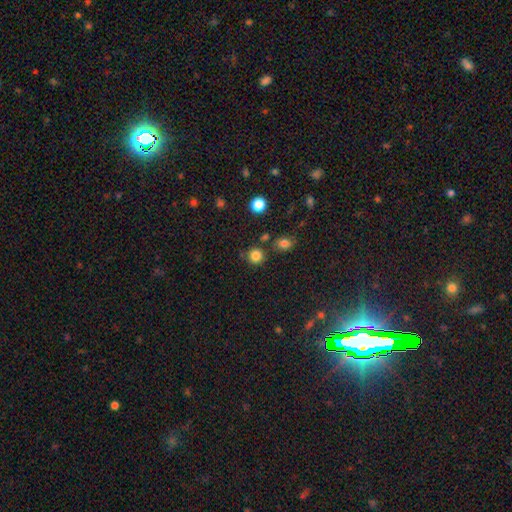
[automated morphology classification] smooth 83%, star or artifact 13%, featured or disk 4%. Down the decision tree: how rounded — round (91%); merging — none (81%).